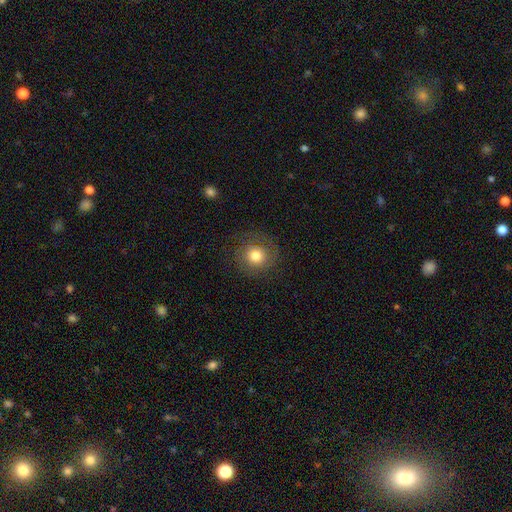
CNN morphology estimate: Smooth or featured: smooth — 77% (featured or disk — 12%)
How rounded: round — 90% (in between — 9%)
Merging: none — 83% (minor disturbance — 11%)